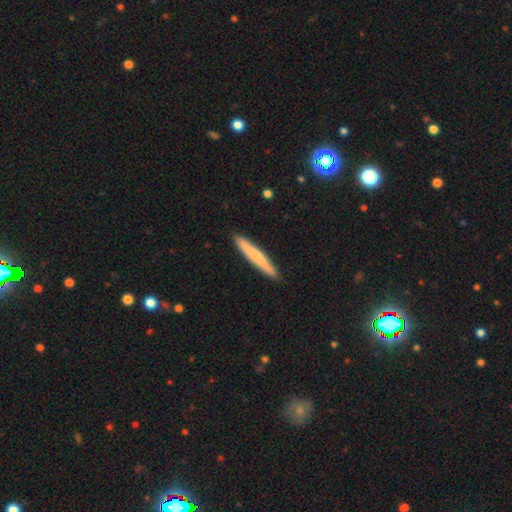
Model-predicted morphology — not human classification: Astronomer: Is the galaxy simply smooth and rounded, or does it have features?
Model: smooth — 64%.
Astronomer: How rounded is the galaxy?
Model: cigar-shaped — 95%.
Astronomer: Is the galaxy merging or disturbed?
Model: none — 91%.